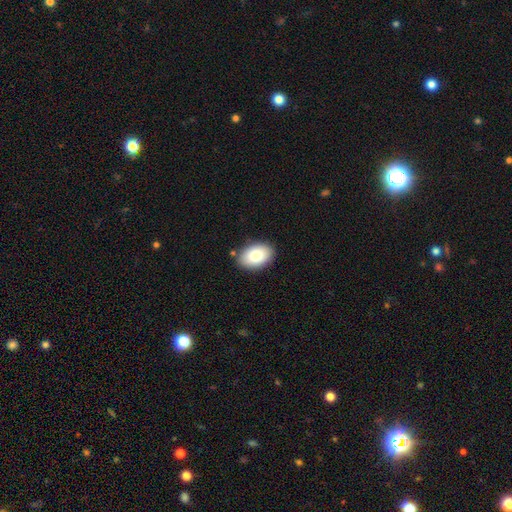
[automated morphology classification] smooth 79%, featured or disk 13%, star or artifact 7%. Down the decision tree: how rounded — in between (89%); merging — none (87%).